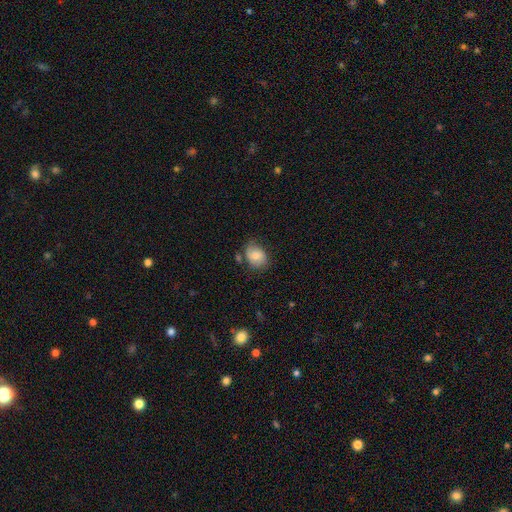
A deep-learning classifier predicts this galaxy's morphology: The model was most divided on "how rounded": in between: 61%, round: 38%, cigar-shaped: 1%. More confident: smooth or featured — smooth (73%); merging — none (63%).